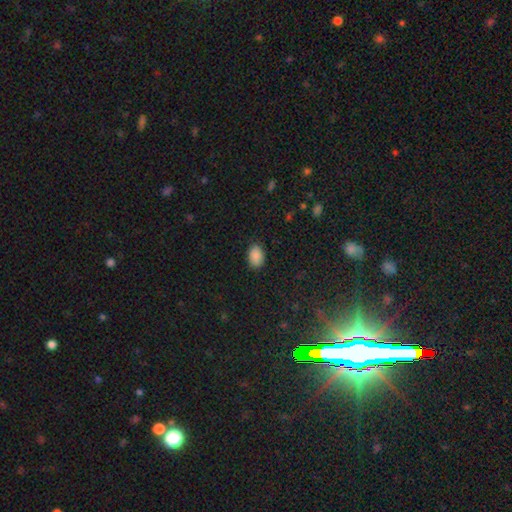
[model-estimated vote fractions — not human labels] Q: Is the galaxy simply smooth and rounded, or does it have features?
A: smooth — 89%.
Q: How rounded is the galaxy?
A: in between — 87%.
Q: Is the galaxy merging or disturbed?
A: none — 86%.